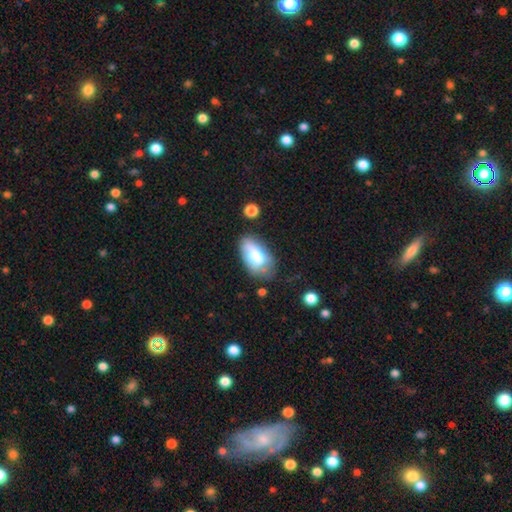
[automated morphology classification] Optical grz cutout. It shows a smooth galaxy with no disk features (64%) that is in between round and cigar-shaped (93%). Merging: none (52%).